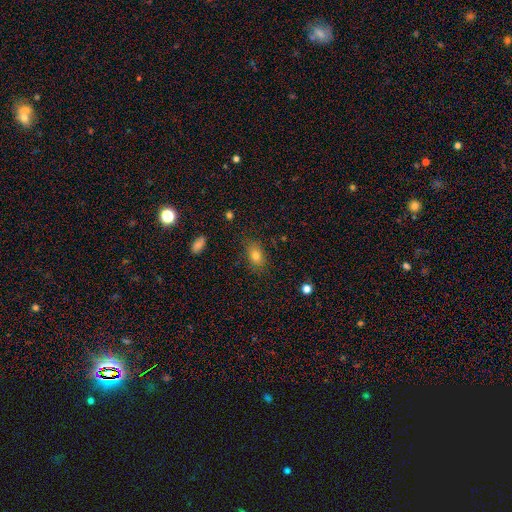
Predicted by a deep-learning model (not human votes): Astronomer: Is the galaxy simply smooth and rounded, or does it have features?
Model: smooth — 78%.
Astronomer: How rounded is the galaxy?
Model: in between — 82%.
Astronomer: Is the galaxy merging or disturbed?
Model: none — 81%.